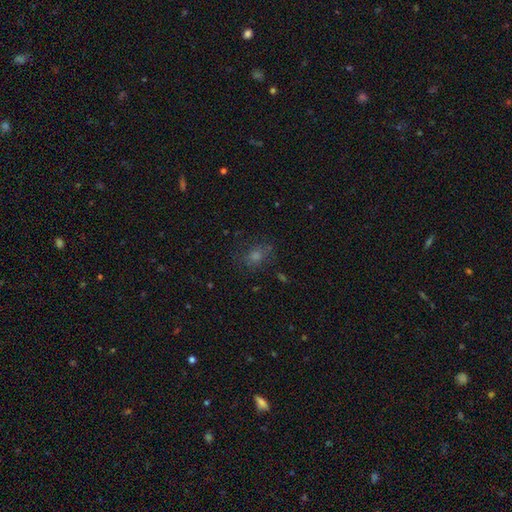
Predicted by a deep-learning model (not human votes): Q: Smooth or featured?
A: smooth (58%); runner-up: star or artifact (27%)
Q: How rounded?
A: round (54%); runner-up: in between (44%)
Q: Merging?
A: none (73%); runner-up: minor disturbance (17%)